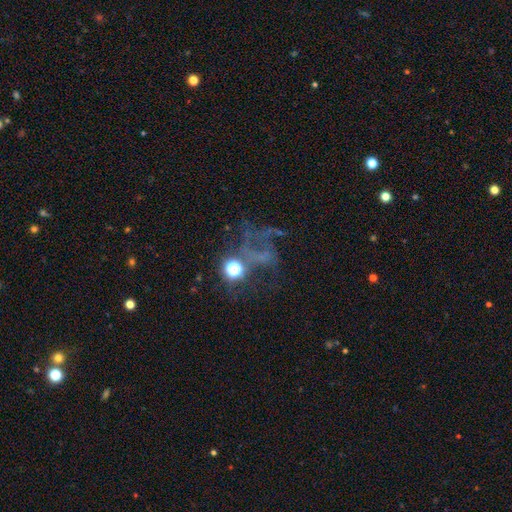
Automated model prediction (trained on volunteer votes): Smooth or featured? star or artifact (41%)